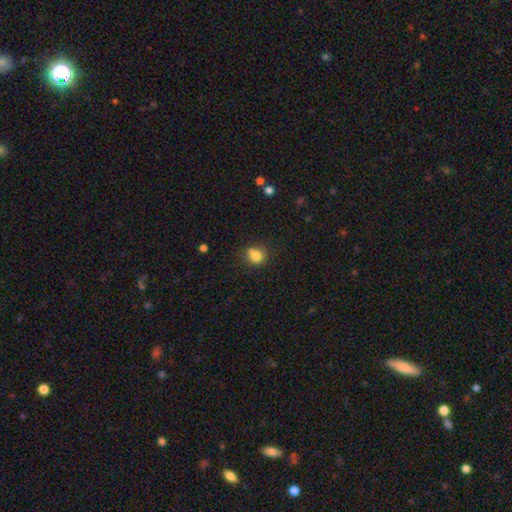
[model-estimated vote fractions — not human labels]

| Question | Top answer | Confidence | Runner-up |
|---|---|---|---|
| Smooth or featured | smooth | 79% | star or artifact (12%) |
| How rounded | round | 79% | in between (21%) |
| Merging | none | 56% | merger (22%) |